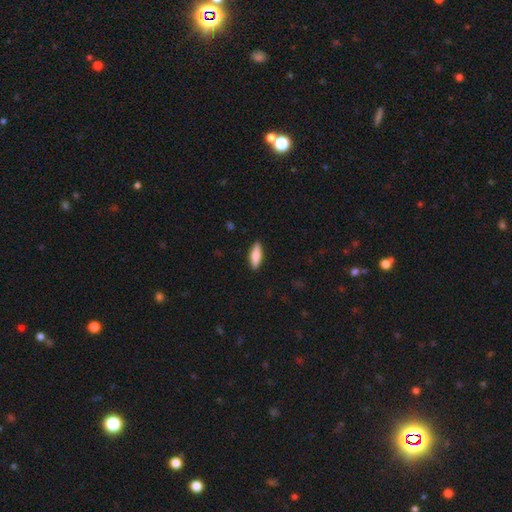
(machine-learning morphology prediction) Q: Smooth or featured?
A: smooth (82%); runner-up: featured or disk (12%)
Q: How rounded?
A: in between (58%); runner-up: cigar-shaped (40%)
Q: Merging?
A: none (89%); runner-up: minor disturbance (8%)